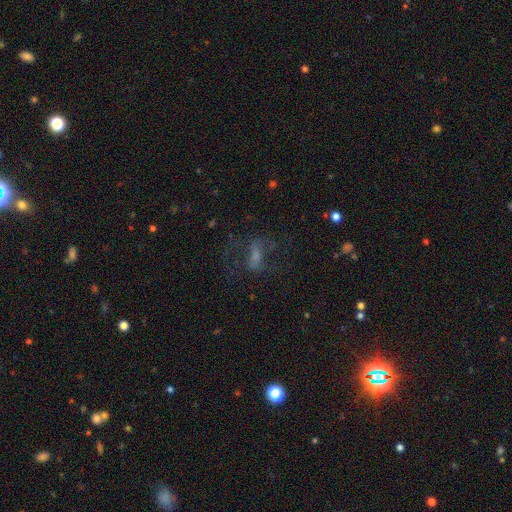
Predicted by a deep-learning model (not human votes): Overall: featured or disk (47%; smooth 33%). Merging: none (50%; major disturbance 31%).